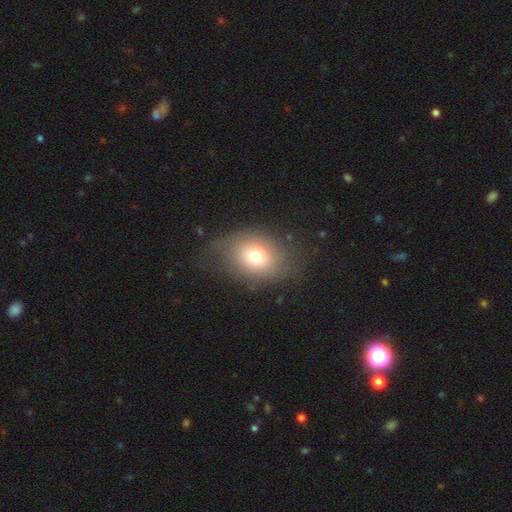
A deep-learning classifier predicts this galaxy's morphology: The model was most divided on "how rounded": in between: 58%, round: 41%, cigar-shaped: 1%. More confident: smooth or featured — smooth (70%); merging — none (62%).